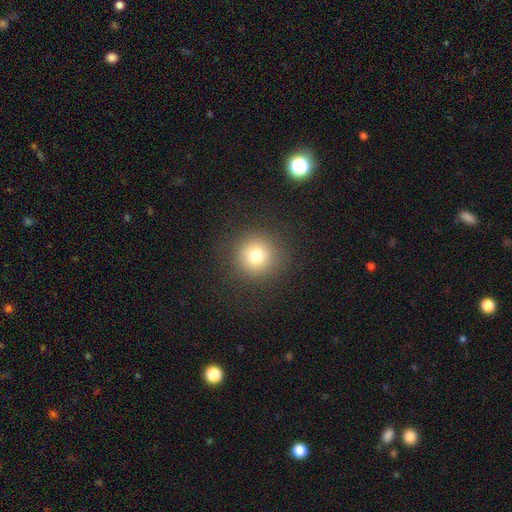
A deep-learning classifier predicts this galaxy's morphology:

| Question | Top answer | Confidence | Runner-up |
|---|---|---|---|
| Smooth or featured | smooth | 77% | star or artifact (14%) |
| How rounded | round | 95% | in between (4%) |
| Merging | none | 90% | minor disturbance (6%) |